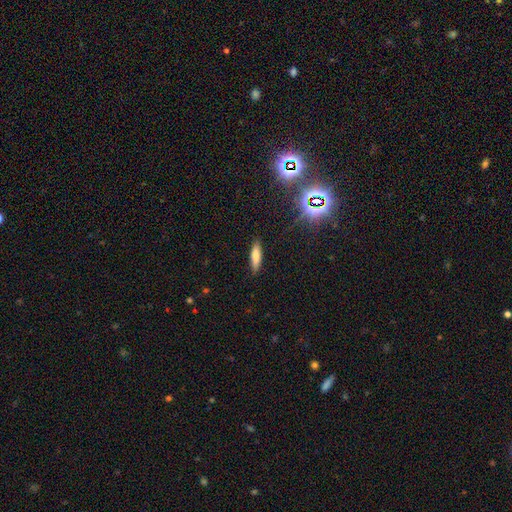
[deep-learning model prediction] This is likely a smooth galaxy (74%). How rounded: likely cigar-shaped (67%). Merging: clearly none (87%).